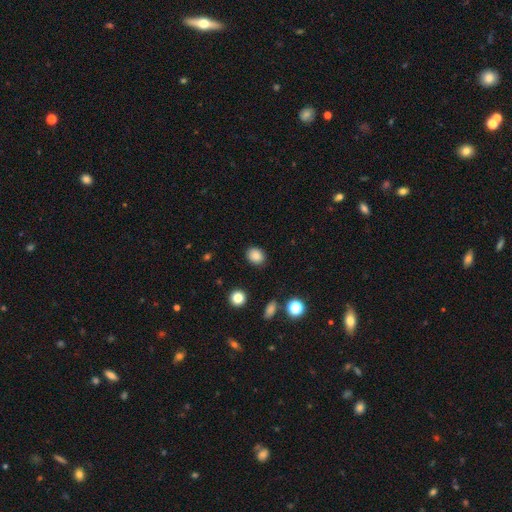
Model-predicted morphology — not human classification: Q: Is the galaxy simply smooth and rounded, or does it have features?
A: smooth — 86%.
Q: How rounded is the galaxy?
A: round — 51%.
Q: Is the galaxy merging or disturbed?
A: none — 86%.